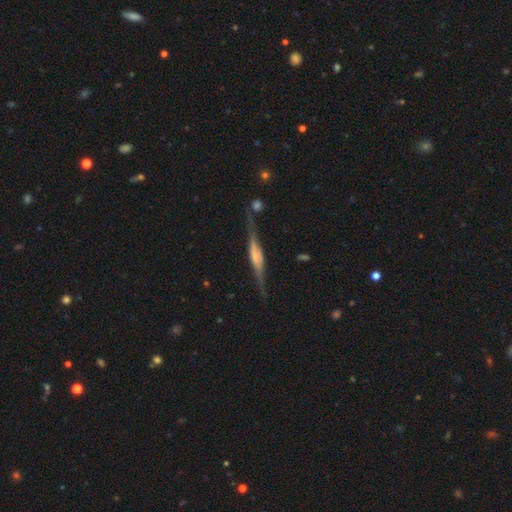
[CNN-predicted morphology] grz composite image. It shows a featured or disk galaxy (79%) viewed edge-on (96%) with a boxy central bulge (46%). Merging: none (76%).